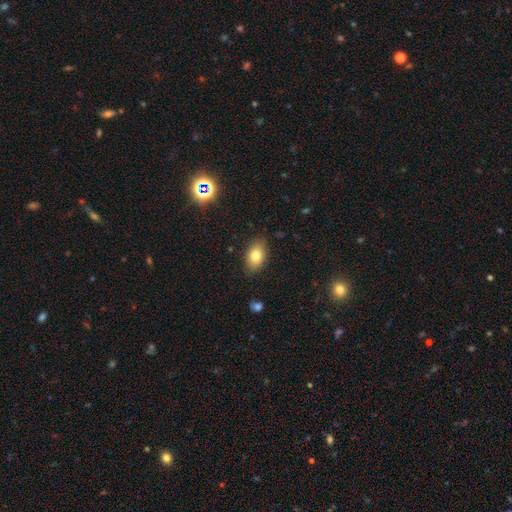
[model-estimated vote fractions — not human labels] Q: Smooth or featured?
A: smooth (79%); runner-up: featured or disk (12%)
Q: How rounded?
A: in between (88%); runner-up: round (10%)
Q: Merging?
A: none (85%); runner-up: minor disturbance (11%)